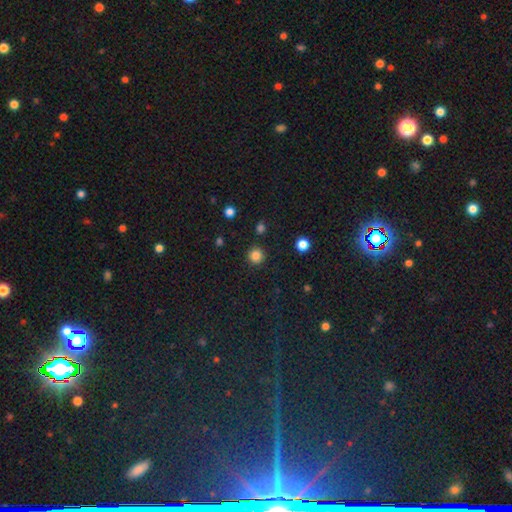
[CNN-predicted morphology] A smooth galaxy with no disk features (84%) that is round (95%).

Vote fractions:
- Smooth or featured? smooth: 84% / star or artifact: 12% / featured or disk: 4%
- How rounded? round: 95% / in between: 4% / cigar-shaped: 1%
- Merging? none: 90% / minor disturbance: 6% / merger: 2% / major disturbance: 2%